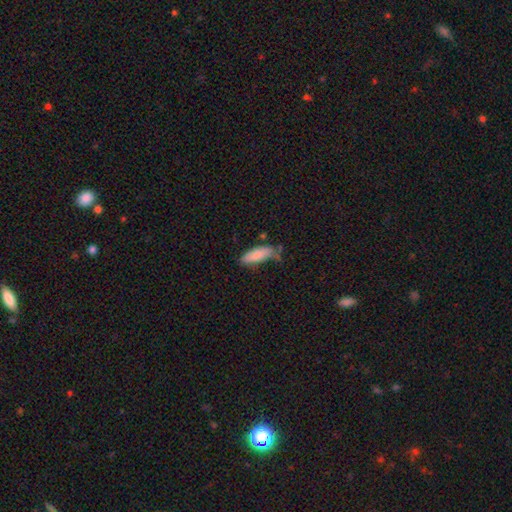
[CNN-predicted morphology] The model was most divided on "merging": none: 53%, minor disturbance: 32%, major disturbance: 9%, merger: 7%. More confident: smooth or featured — smooth (84%); how rounded — in between (62%).